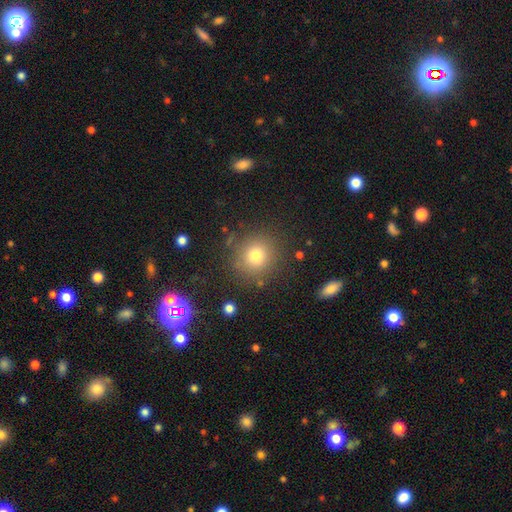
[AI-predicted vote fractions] The model was most divided on "smooth or featured": smooth: 77%, star or artifact: 14%, featured or disk: 8%. More confident: how rounded — round (89%); merging — none (85%).